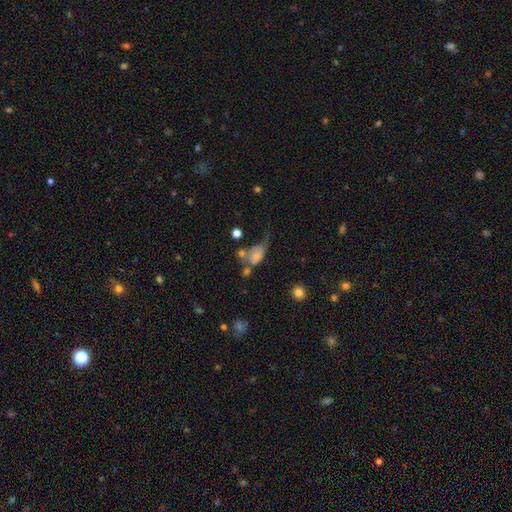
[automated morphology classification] Smooth or featured? smooth (56%)
How rounded? in between (75%)
Merging? major disturbance (38%)